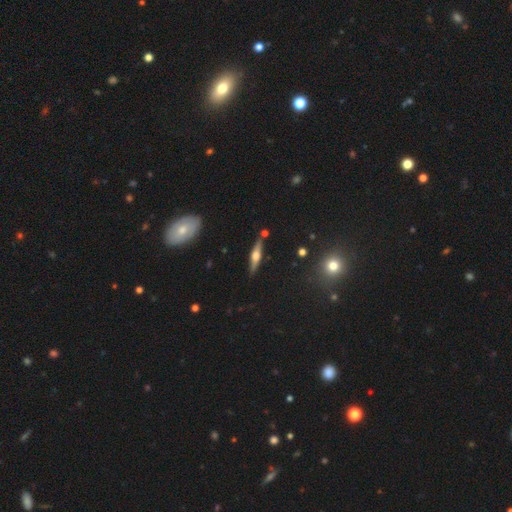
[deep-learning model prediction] This appears to be a featured or disk galaxy (63%) viewed edge-on (95%) with a rounded central bulge (90%). Merging: none (84%).